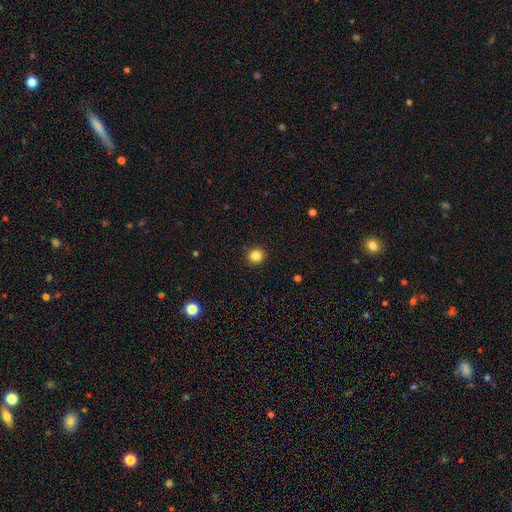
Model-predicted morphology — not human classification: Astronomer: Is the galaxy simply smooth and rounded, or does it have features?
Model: smooth — 84%.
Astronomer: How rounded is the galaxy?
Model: round — 90%.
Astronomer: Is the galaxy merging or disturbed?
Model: none — 91%.